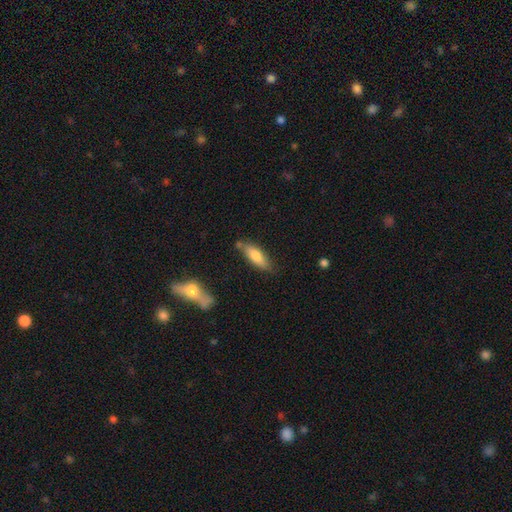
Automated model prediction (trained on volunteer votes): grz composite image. It shows a smooth galaxy with no disk features (75%) that is in between round and cigar-shaped (55%). Merging: none (69%).